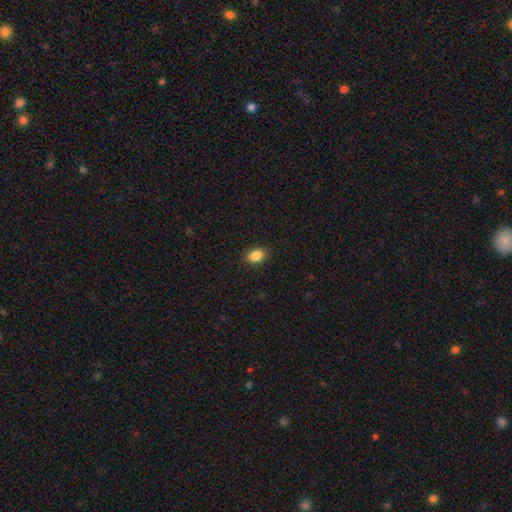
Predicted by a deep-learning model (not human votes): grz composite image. It shows a smooth galaxy with no disk features (87%) that is in between round and cigar-shaped (71%). Merging: none (90%).